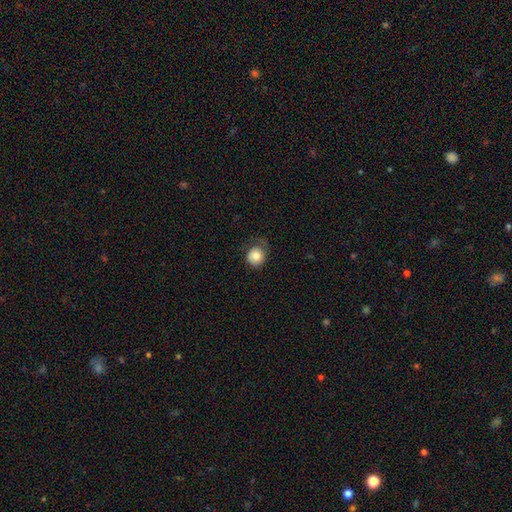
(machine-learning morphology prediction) Smooth or featured? Predicted: smooth (p=0.80). How rounded? Predicted: round (p=0.83). Merging? Predicted: none (p=0.60).